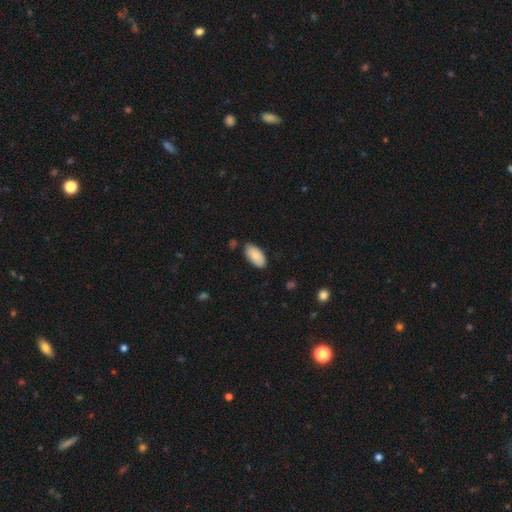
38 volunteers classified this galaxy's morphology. smooth 89%, featured or disk 8%, star or artifact 3%. Down the decision tree: how rounded — in between (88%); merging — none (86%).